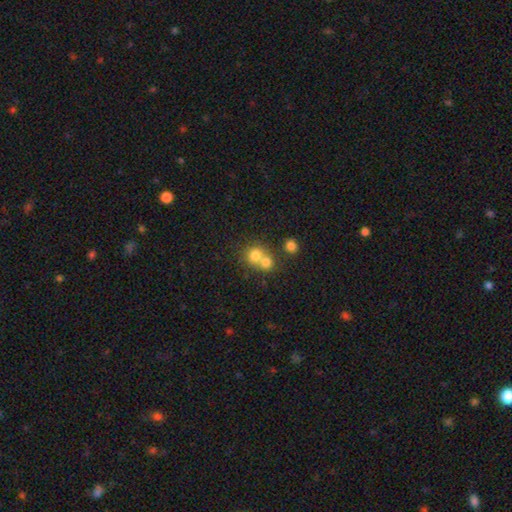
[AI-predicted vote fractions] Q: Smooth or featured?
A: smooth (75%); runner-up: featured or disk (13%)
Q: How rounded?
A: round (82%); runner-up: in between (17%)
Q: Merging?
A: merger (57%); runner-up: none (35%)